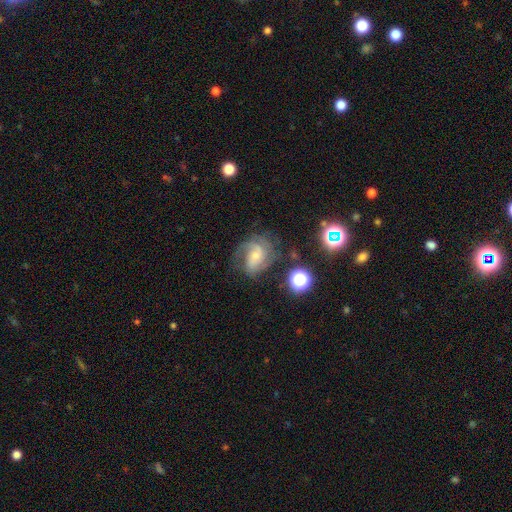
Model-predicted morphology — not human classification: This appears to be a featured or disk galaxy (77%) with no bar (56%), 2 (39%) medium (48%) spiral arms (94%) and a small central bulge (57%). Merging: none (55%).